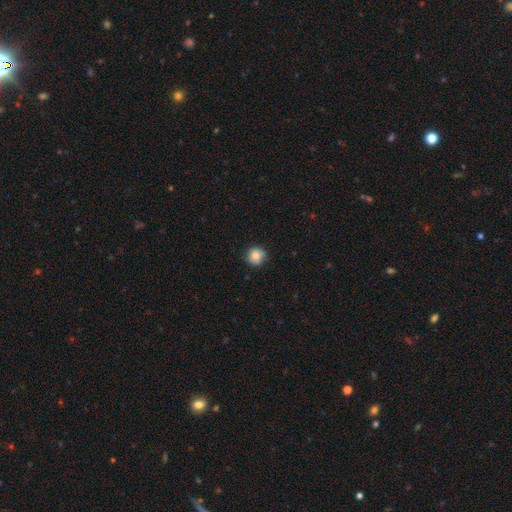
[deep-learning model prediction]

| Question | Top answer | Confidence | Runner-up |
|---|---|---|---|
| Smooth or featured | smooth | 82% | star or artifact (10%) |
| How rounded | round | 92% | in between (7%) |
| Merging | none | 83% | minor disturbance (13%) |